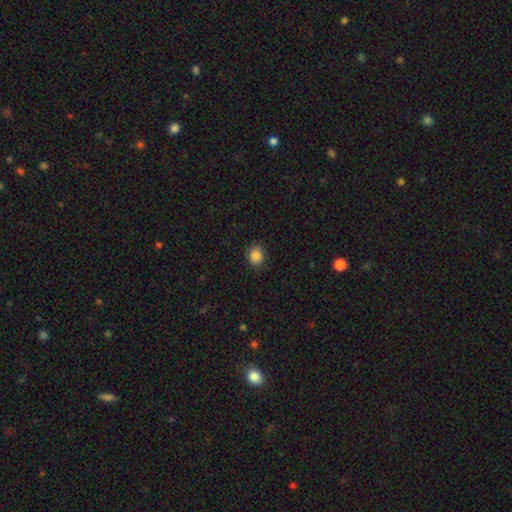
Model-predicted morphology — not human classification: A smooth galaxy with no disk features (87%) that is round (65%). Merging: none (89%).